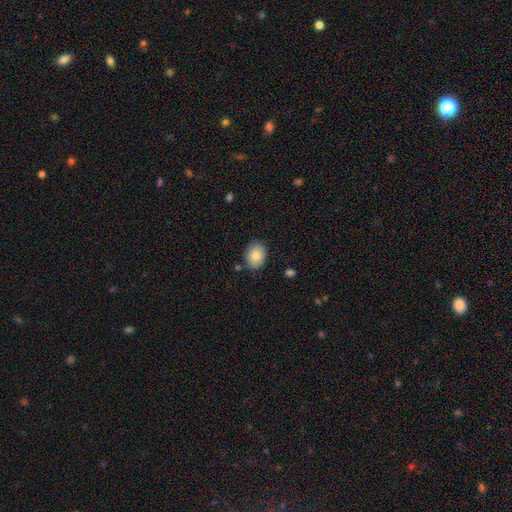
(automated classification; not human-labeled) This is clearly a smooth galaxy (81%). How rounded: likely in between (61%). Merging: clearly none (84%).